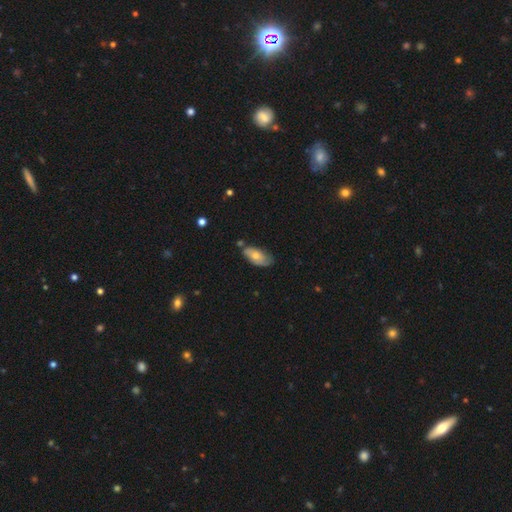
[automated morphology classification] A smooth galaxy with no disk features (61%) that is in between round and cigar-shaped (90%). Merging: none (59%).